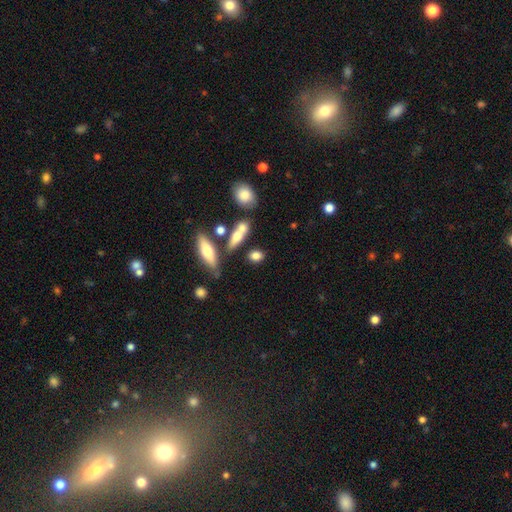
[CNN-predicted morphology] type=smooth (74%); roundness=in between (65%); merging=none (59%).